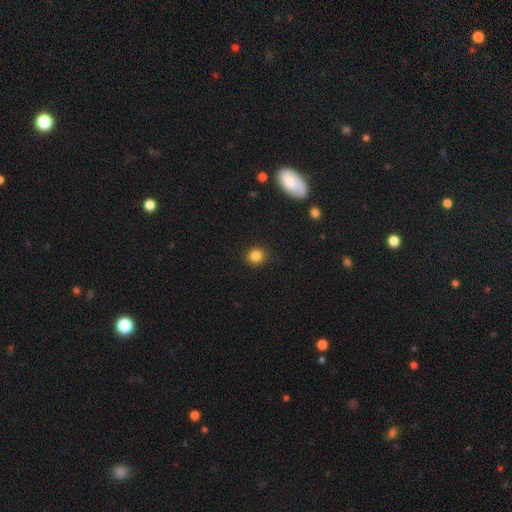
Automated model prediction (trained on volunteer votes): Q: Smooth or featured?
A: smooth (84%); runner-up: star or artifact (12%)
Q: How rounded?
A: round (88%); runner-up: in between (11%)
Q: Merging?
A: none (90%); runner-up: minor disturbance (7%)